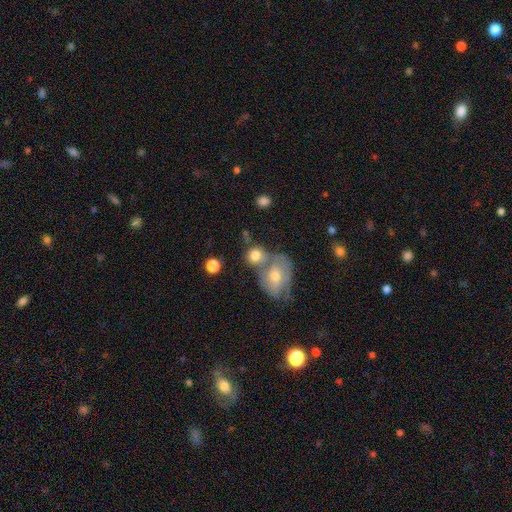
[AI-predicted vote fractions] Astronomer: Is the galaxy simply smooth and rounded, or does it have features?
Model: smooth — 73%.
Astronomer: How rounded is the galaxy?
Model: round — 68%.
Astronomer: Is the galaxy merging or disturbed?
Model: merger — 47% (runner-up: none, 35%).